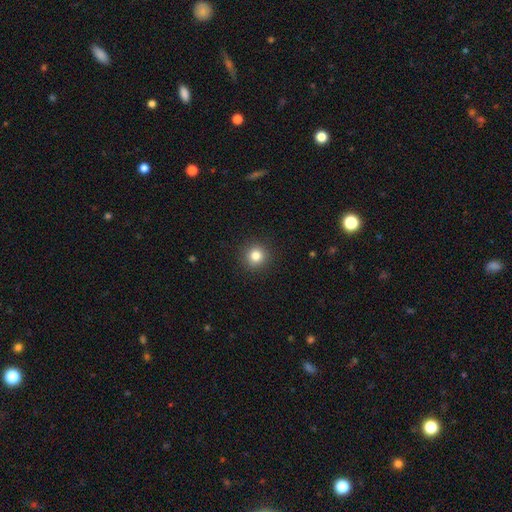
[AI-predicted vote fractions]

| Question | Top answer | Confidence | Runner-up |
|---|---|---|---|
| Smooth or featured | smooth | 82% | star or artifact (12%) |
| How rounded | round | 95% | in between (4%) |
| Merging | none | 92% | minor disturbance (5%) |